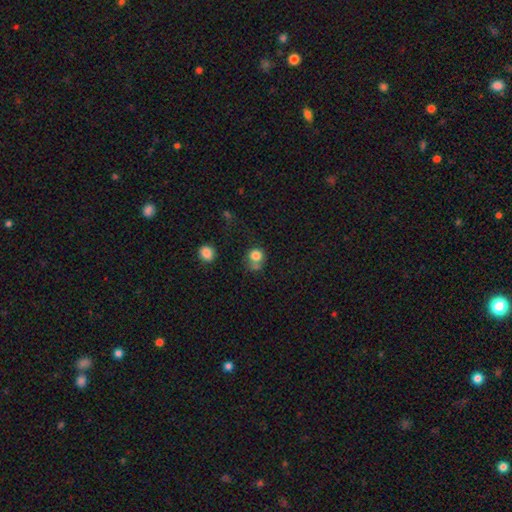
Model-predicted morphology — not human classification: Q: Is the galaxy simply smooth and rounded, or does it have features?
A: smooth — 80%.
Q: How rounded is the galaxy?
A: round — 80%.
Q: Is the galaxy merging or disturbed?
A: none — 48%.